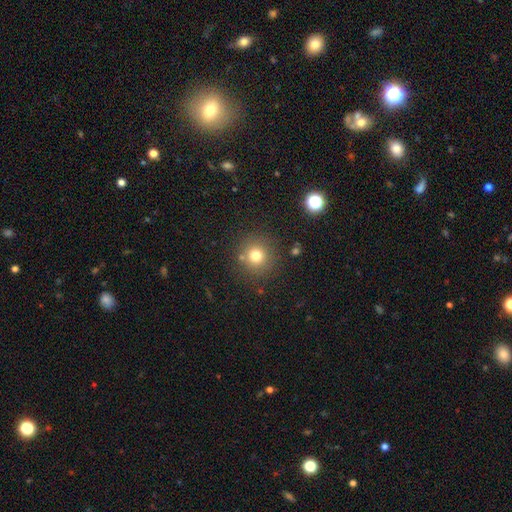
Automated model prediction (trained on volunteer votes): A smooth galaxy with no disk features (75%) that is round (94%). Merging: none (83%).